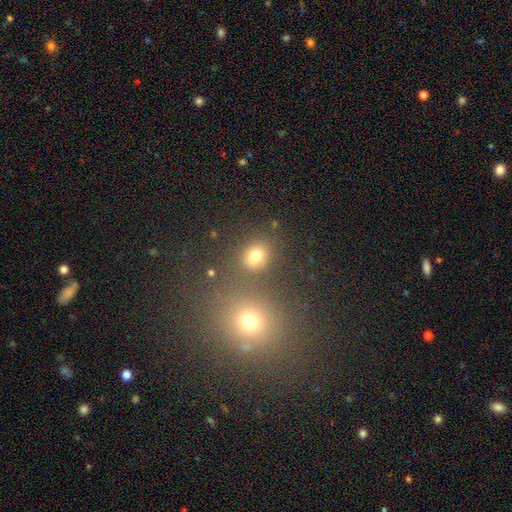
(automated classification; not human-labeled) This is likely a smooth galaxy (73%). How rounded: likely round (68%). Merging: likely none (76%).